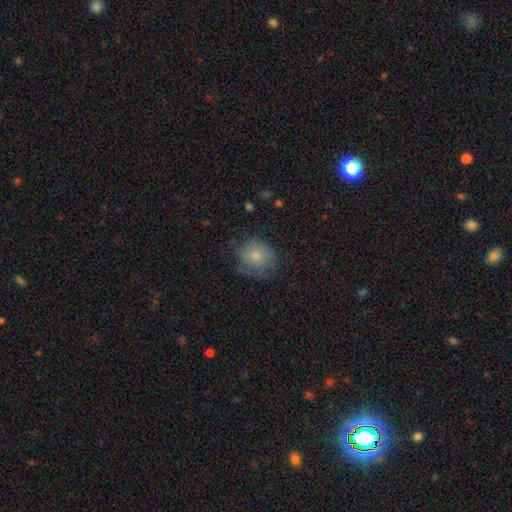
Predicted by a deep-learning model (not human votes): Smooth or featured? Predicted: smooth (p=0.78). How rounded? Predicted: round (p=0.78). Merging? Predicted: none (p=0.65).